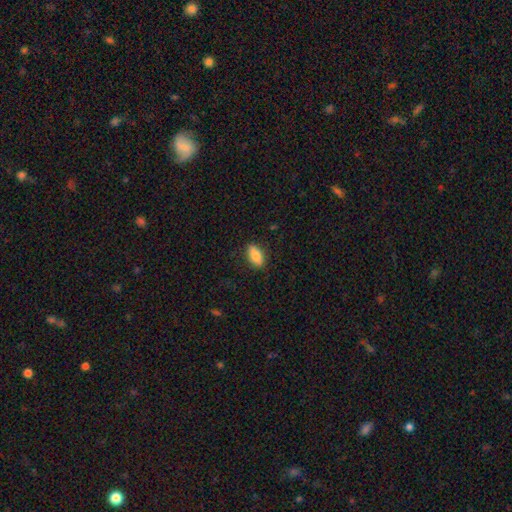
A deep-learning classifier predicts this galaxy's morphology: smooth_or_featured: smooth (p=0.82) [alt: featured or disk p=0.12]
how_rounded: in between (p=0.87) [alt: cigar-shaped p=0.10]
merging: none (p=0.85) [alt: minor disturbance p=0.12]